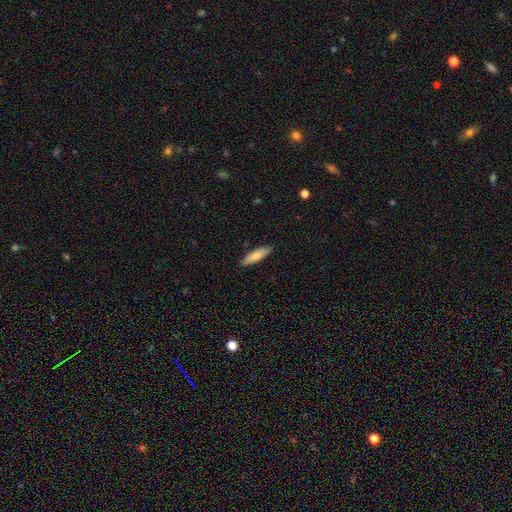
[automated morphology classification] smooth_or_featured: smooth (p=0.76) [alt: featured or disk p=0.18]
how_rounded: cigar-shaped (p=0.64) [alt: in between p=0.34]
merging: none (p=0.89) [alt: minor disturbance p=0.08]